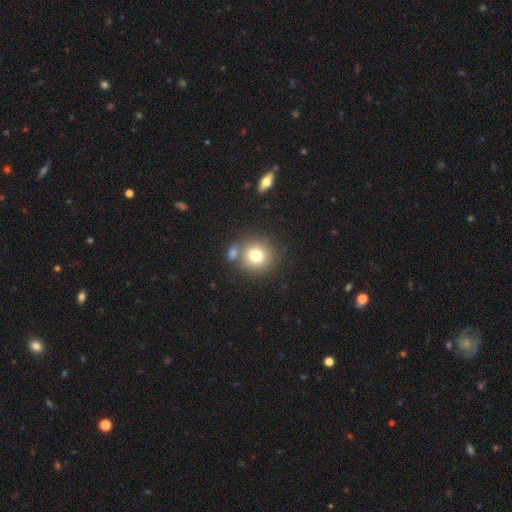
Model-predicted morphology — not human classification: Overall: smooth (75%). How rounded: round (88%). Merging: none (68%).